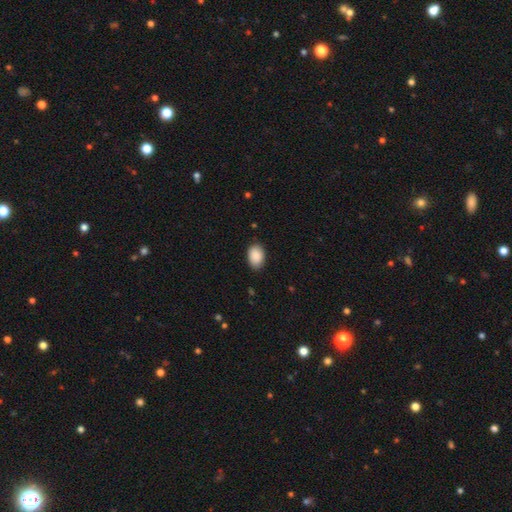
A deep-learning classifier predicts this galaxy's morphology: type=smooth (90%); roundness=in between (89%); merging=none (83%).